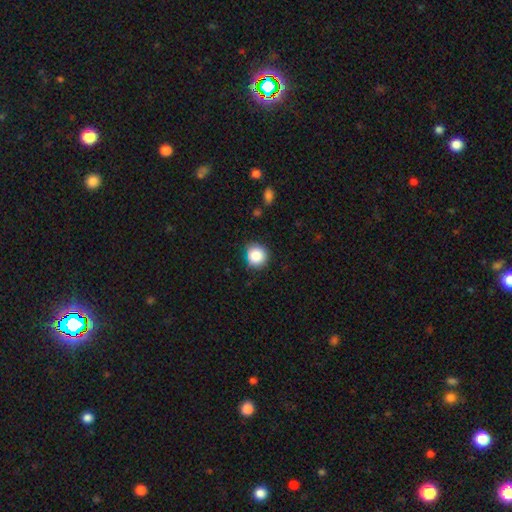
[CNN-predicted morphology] A smooth galaxy with no disk features (87%) that is round (91%). Merging: none (85%).